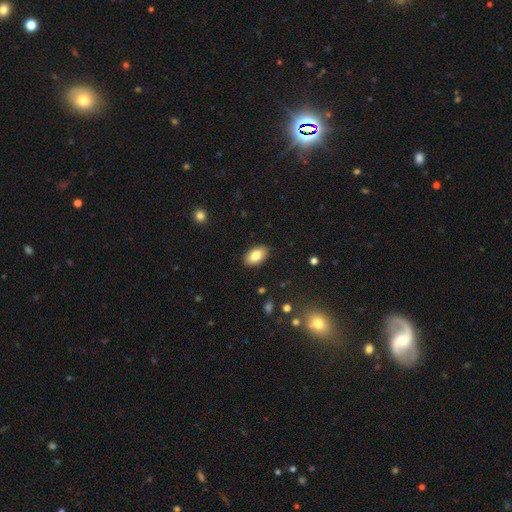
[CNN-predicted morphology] Smooth or featured?
  - smooth: 84% *
  - featured or disk: 9%
  - star or artifact: 7%
How rounded?
  - in between: 93% *
  - round: 5%
  - cigar-shaped: 2%
Merging?
  - none: 88% *
  - minor disturbance: 9%
  - major disturbance: 2%
  - merger: 1%